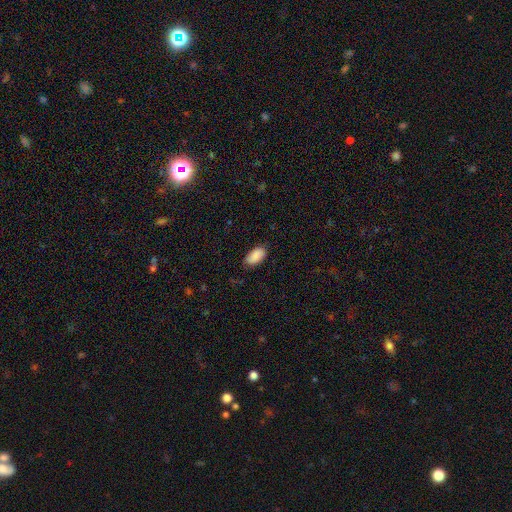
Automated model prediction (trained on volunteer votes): Smooth or featured: smooth — 88% (star or artifact — 6%)
How rounded: in between — 95% (cigar-shaped — 3%)
Merging: none — 81% (minor disturbance — 15%)